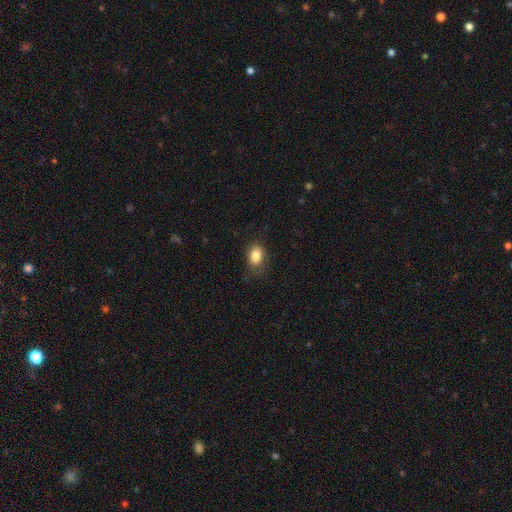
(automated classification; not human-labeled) Smooth or featured? smooth (85%)
How rounded? in between (77%)
Merging? none (76%)